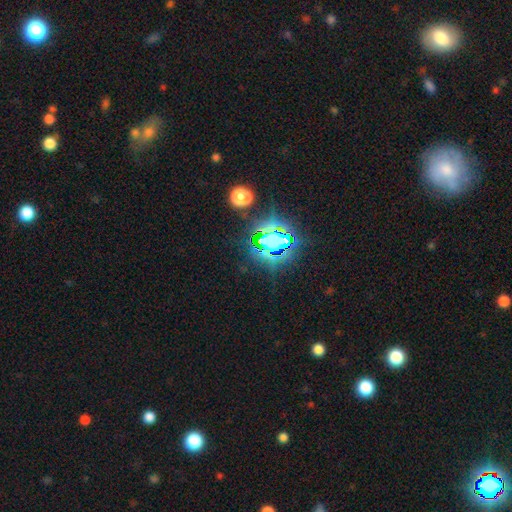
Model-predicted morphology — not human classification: type=star or artifact (75%).